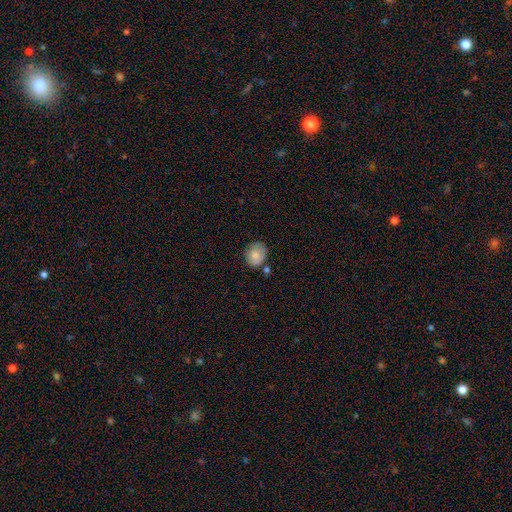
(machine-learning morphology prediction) Smooth or featured: smooth — 80% (featured or disk — 12%)
How rounded: round — 70% (in between — 29%)
Merging: none — 68% (minor disturbance — 20%)